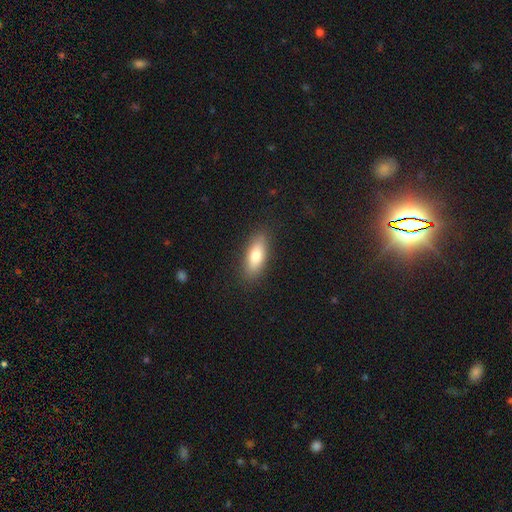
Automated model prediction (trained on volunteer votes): Smooth or featured? smooth (76%)
How rounded? in between (75%)
Merging? none (87%)